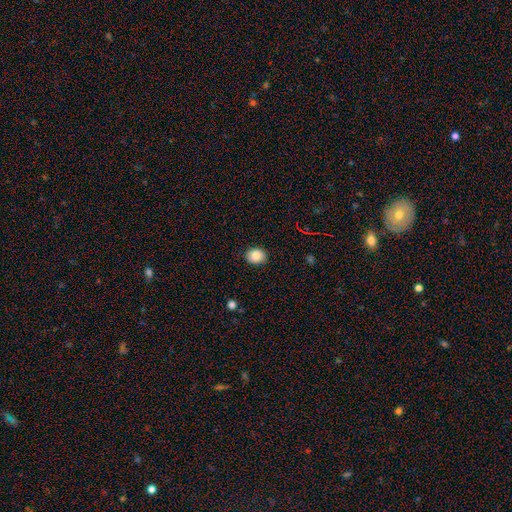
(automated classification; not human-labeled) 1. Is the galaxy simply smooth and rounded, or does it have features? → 85% smooth, 9% star or artifact, 6% featured or disk.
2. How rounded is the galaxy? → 52% round, 47% in between, 1% cigar-shaped.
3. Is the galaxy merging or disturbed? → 88% none, 9% minor disturbance, 2% major disturbance, 1% merger.